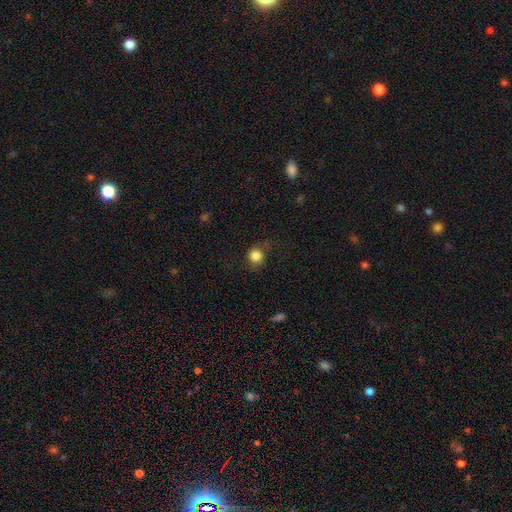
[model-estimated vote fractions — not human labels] Smooth or featured? smooth (83%)
How rounded? round (88%)
Merging? none (72%)